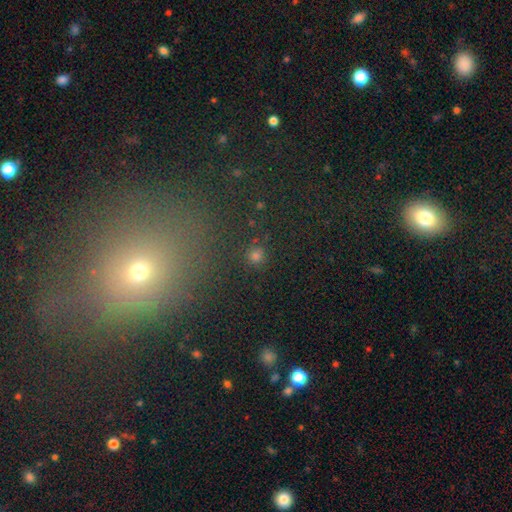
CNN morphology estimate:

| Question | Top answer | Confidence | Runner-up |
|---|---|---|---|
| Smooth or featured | smooth | 73% | star or artifact (22%) |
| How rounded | round | 94% | in between (5%) |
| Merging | none | 89% | minor disturbance (6%) |